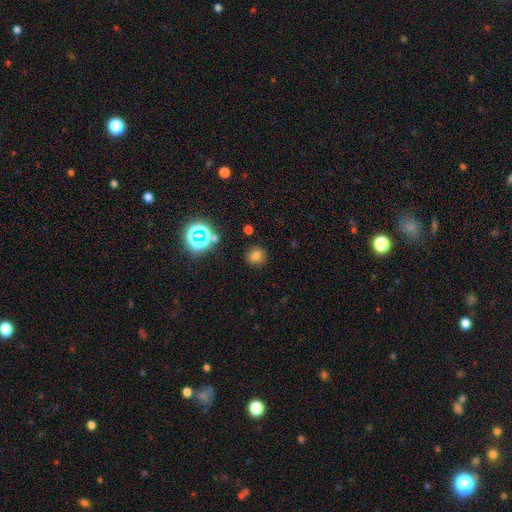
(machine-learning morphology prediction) Smooth or featured? smooth (70%)
How rounded? round (86%)
Merging? none (85%)